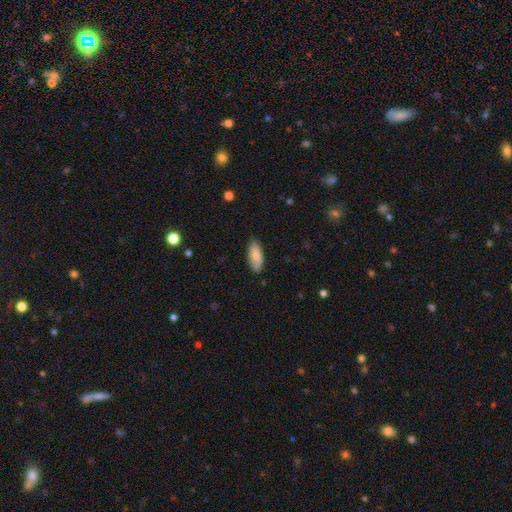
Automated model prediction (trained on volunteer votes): Morphology: type=smooth (83%); roundness=in between (80%); merging=none (81%).